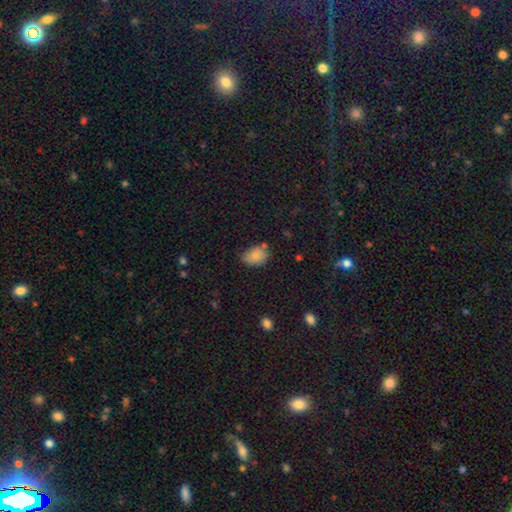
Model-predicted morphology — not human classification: smooth_or_featured: smooth (p=0.82) [alt: star or artifact p=0.09]
how_rounded: in between (p=0.76) [alt: round p=0.23]
merging: none (p=0.60) [alt: minor disturbance p=0.29]